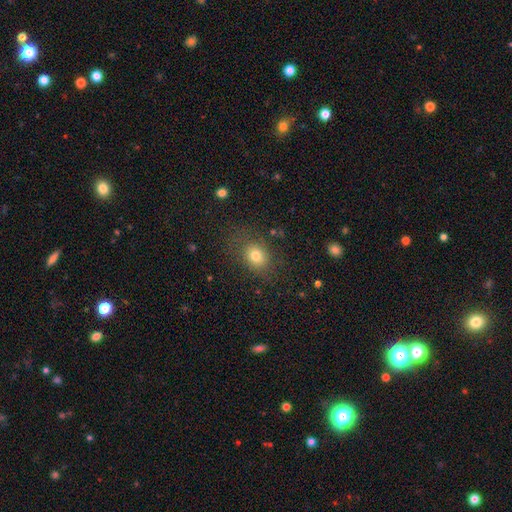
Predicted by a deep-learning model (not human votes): Overall: smooth (77%). How rounded: round (52%; in between 47%). Merging: none (76%).